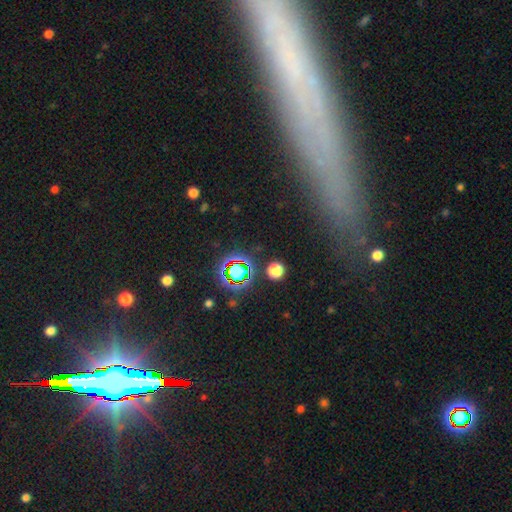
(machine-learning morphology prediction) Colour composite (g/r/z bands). It shows a star or artifact, not a galaxy (36%).